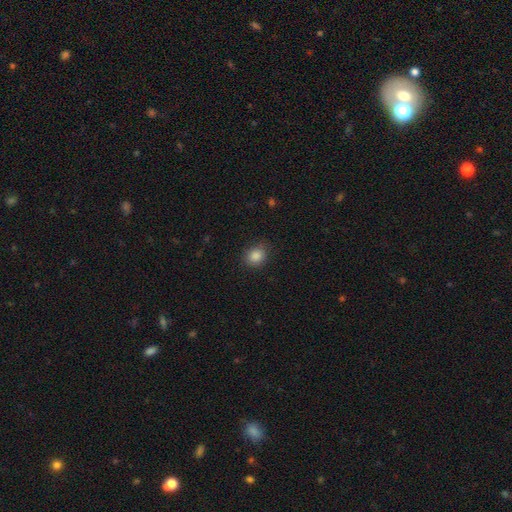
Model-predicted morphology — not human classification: The model was most divided on "how rounded": round: 66%, in between: 33%, cigar-shaped: 1%. More confident: smooth or featured — smooth (87%); merging — none (84%).